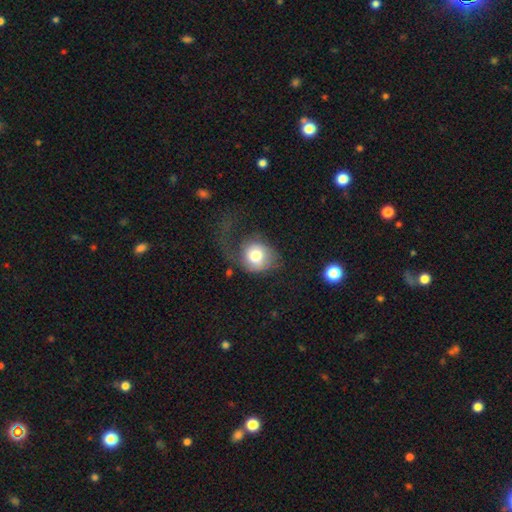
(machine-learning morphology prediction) Smooth or featured? smooth (65%)
How rounded? round (75%)
Merging? major disturbance (47%)